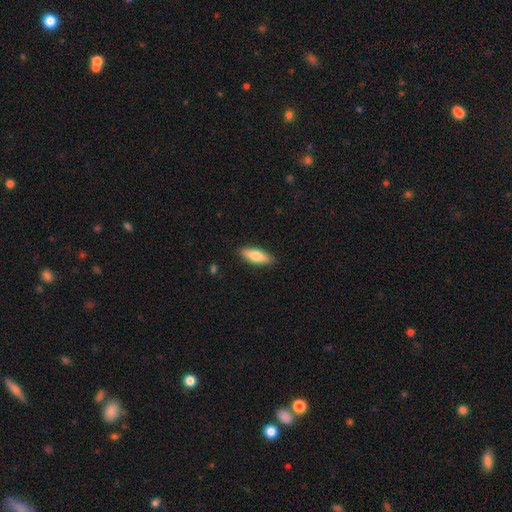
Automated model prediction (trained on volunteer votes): The model was most divided on "how rounded": in between: 61%, cigar-shaped: 37%, round: 2%. More confident: merging — none (87%); smooth or featured — smooth (74%).